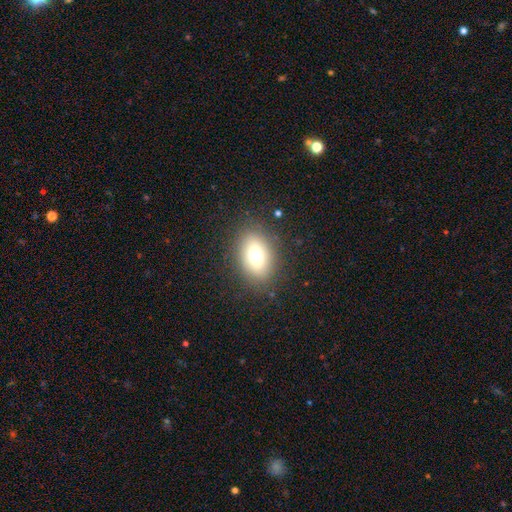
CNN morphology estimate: Overall: smooth (71%). How rounded: in between (81%). Merging: none (83%).